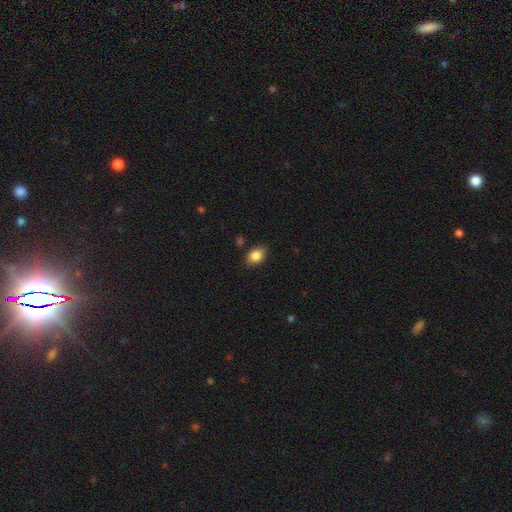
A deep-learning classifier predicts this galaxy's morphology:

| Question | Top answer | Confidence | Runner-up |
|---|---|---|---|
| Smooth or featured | smooth | 86% | star or artifact (8%) |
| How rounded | in between | 80% | round (19%) |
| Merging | none | 85% | minor disturbance (11%) |